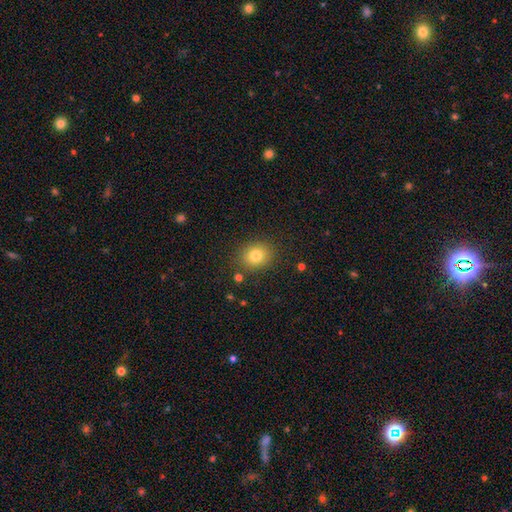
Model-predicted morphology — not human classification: Smooth or featured? Predicted: smooth (p=0.81). How rounded? Predicted: round (p=0.65). Merging? Predicted: none (p=0.86).